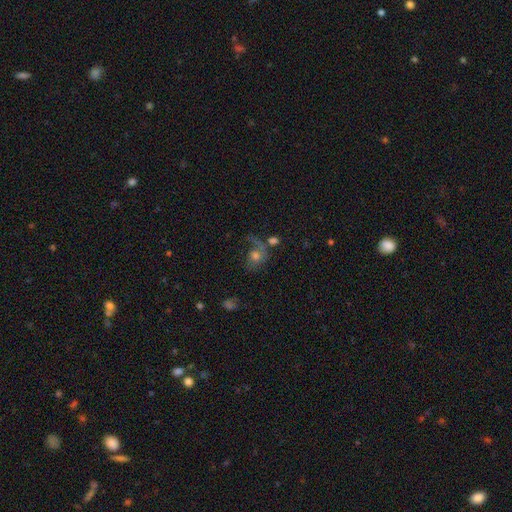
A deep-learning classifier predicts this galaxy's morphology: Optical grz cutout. It shows a smooth galaxy with no disk features (46%). Merging: major disturbance (35%).